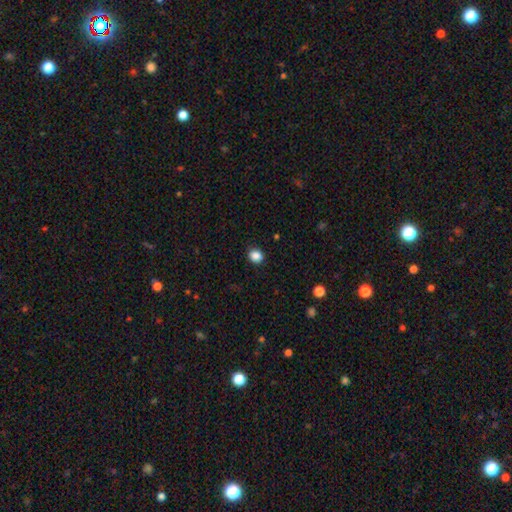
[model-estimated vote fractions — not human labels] Smooth or featured?
  - smooth: 87% *
  - star or artifact: 10%
  - featured or disk: 3%
How rounded?
  - round: 71% *
  - in between: 29%
  - cigar-shaped: 1%
Merging?
  - none: 89% *
  - minor disturbance: 8%
  - major disturbance: 2%
  - merger: 1%